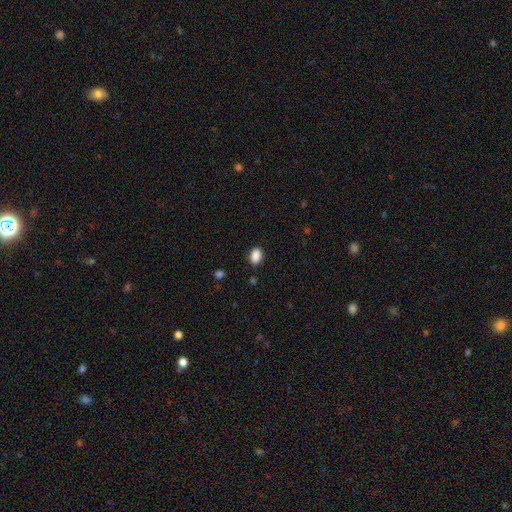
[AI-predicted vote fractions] Morphology: type=smooth (89%); roundness=in between (83%); merging=none (85%).